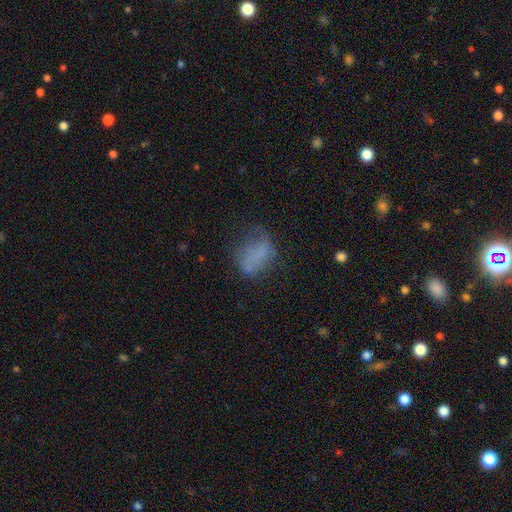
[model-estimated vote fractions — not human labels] This is possibly a smooth galaxy (59%). How rounded: likely in between (77%). Merging: marginally none (40%).